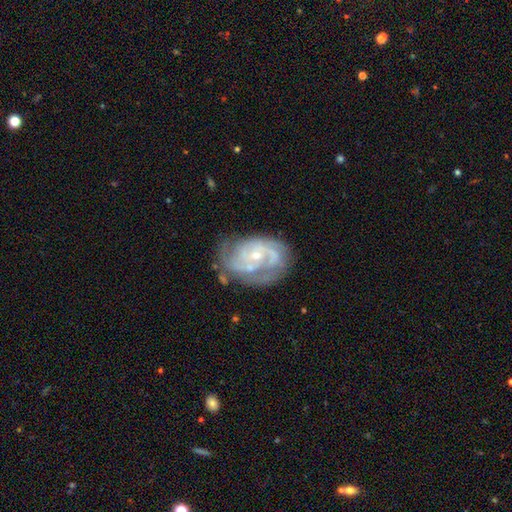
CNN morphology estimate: A featured or disk galaxy (85%) with no bar (69%), 2 (39%) tight (53%) spiral arms (93%) and a small central bulge (72%). Merging: none (60%).